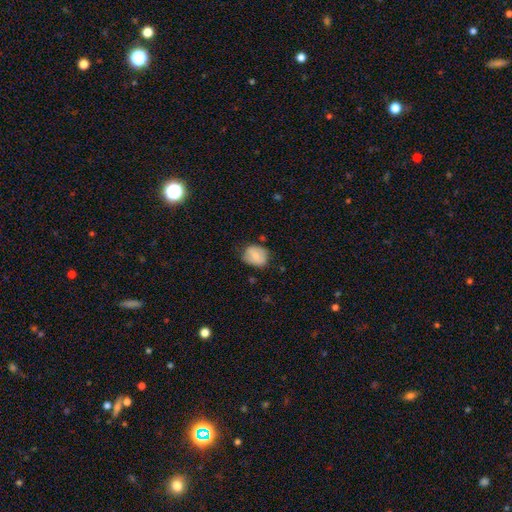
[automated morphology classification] The model was most divided on "how rounded": round: 53%, in between: 46%, cigar-shaped: 1%. More confident: smooth or featured — smooth (71%); merging — none (65%).